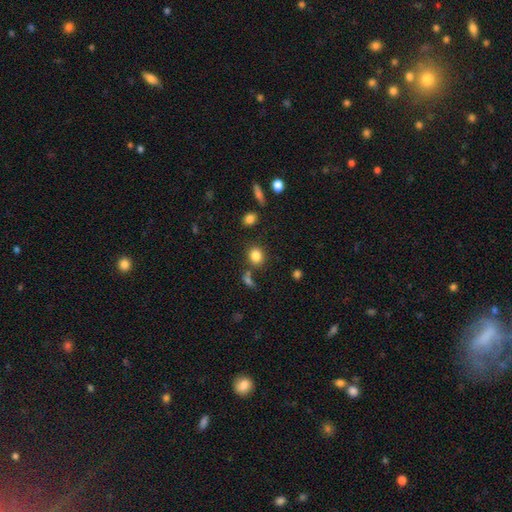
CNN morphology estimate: type=smooth (84%); roundness=round (76%); merging=none (77%).